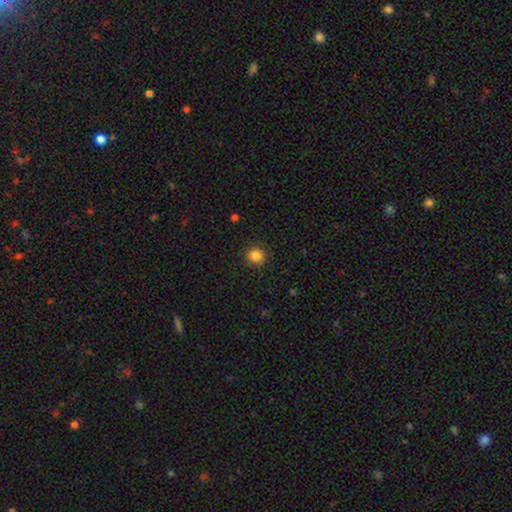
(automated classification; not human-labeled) Overall: smooth (85%). How rounded: round (93%). Merging: none (91%).